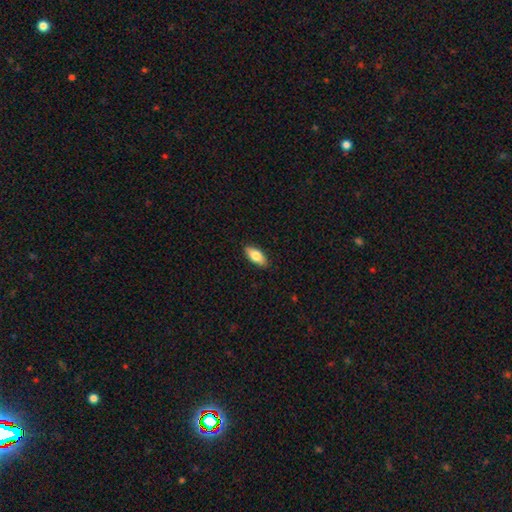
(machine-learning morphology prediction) Overall: smooth (79%). How rounded: in between (85%). Merging: none (89%).